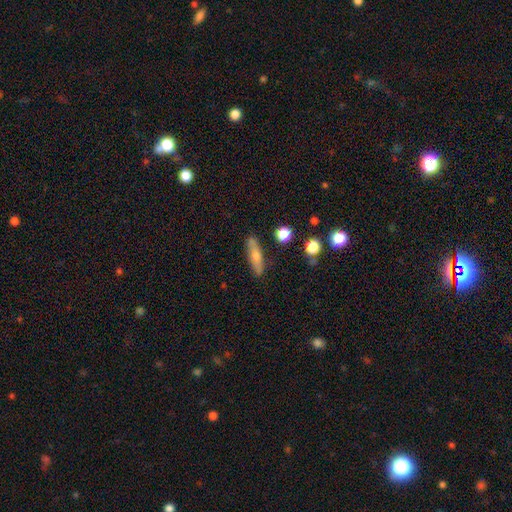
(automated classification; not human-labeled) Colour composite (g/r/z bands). It shows a smooth galaxy with no disk features (52%) that is cigar-shaped (80%). Merging: none (85%).